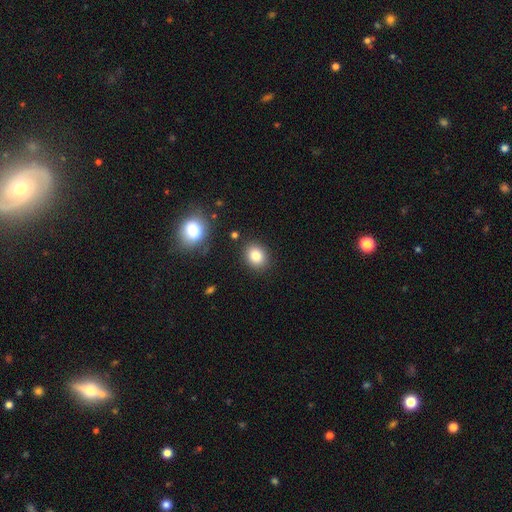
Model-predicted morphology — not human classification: A smooth galaxy with no disk features (83%) that is round (60%).

Vote fractions:
- Smooth or featured? smooth: 83% / star or artifact: 10% / featured or disk: 7%
- How rounded? round: 60% / in between: 39% / cigar-shaped: 1%
- Merging? none: 86% / minor disturbance: 8% / merger: 3% / major disturbance: 3%